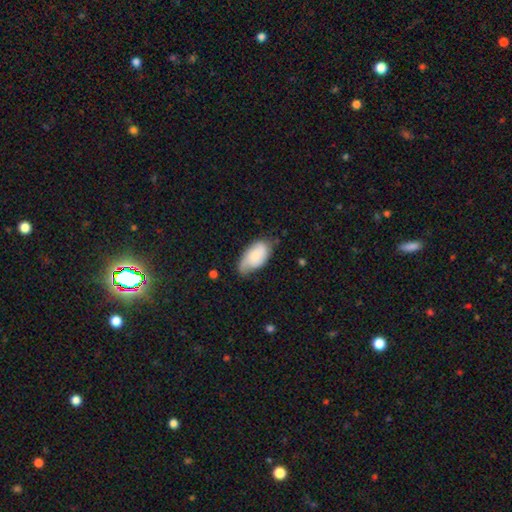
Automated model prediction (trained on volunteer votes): Morphology: type=smooth (62%); roundness=in between (94%); merging=none (50%).